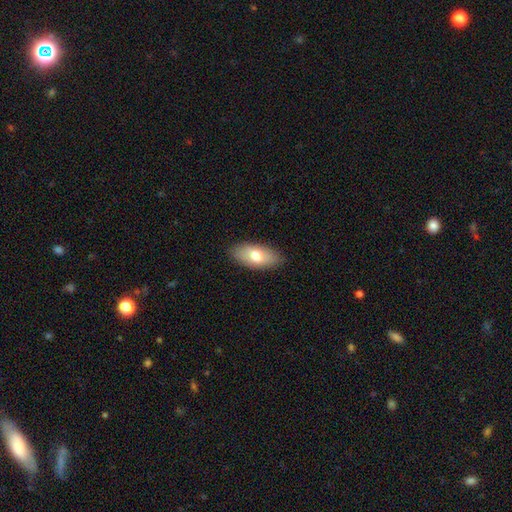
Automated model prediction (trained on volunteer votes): smooth_or_featured: smooth (p=0.72) [alt: featured or disk p=0.21]
how_rounded: in between (p=0.89) [alt: cigar-shaped p=0.08]
merging: none (p=0.87) [alt: minor disturbance p=0.10]